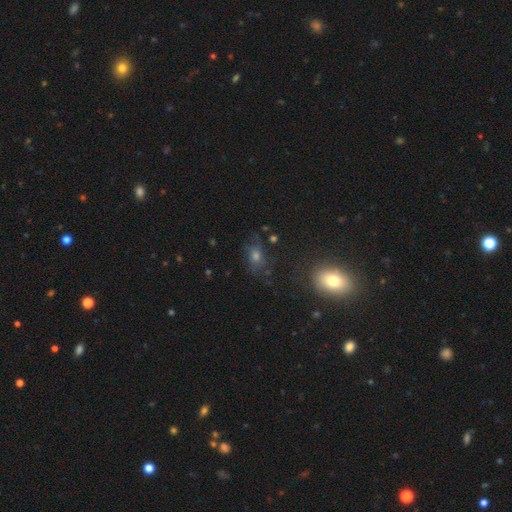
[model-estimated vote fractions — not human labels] This is possibly a smooth galaxy (48%). Merging: likely none (65%).